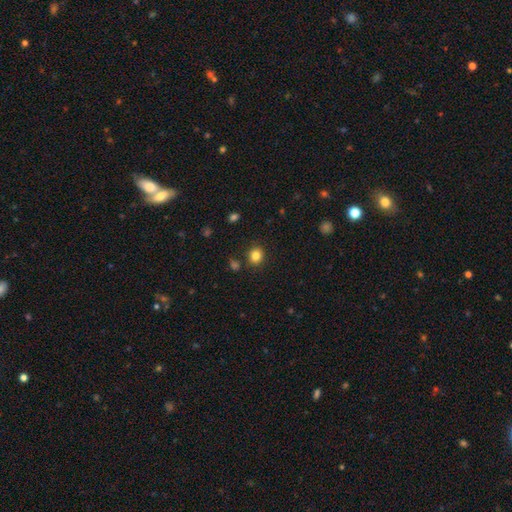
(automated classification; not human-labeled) Smooth or featured? smooth (83%)
How rounded? round (75%)
Merging? none (87%)